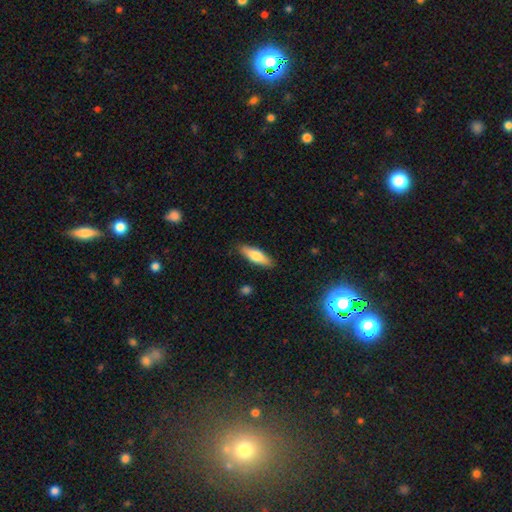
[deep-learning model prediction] Q: Smooth or featured?
A: smooth (70%); runner-up: featured or disk (24%)
Q: How rounded?
A: cigar-shaped (50%); runner-up: in between (48%)
Q: Merging?
A: none (86%); runner-up: minor disturbance (10%)